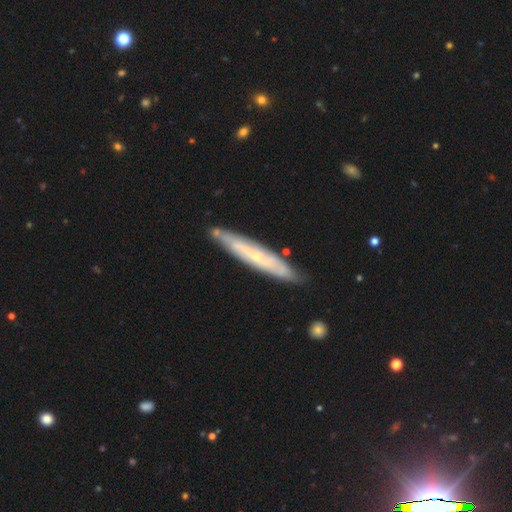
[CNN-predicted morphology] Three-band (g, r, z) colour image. It shows a featured or disk galaxy (65%) viewed edge-on (63%). Merging: none (80%).